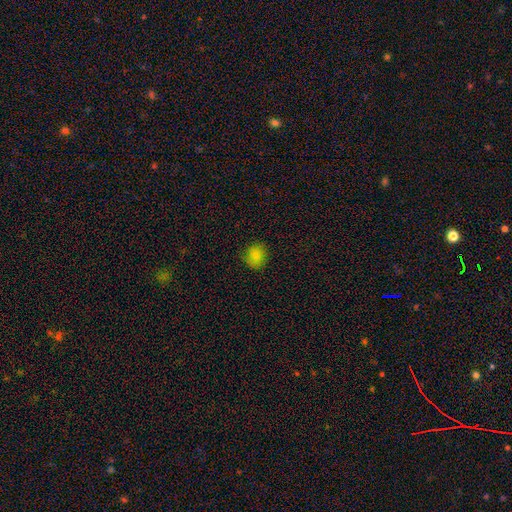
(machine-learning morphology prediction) Smooth or featured? Predicted: smooth (p=0.82). How rounded? Predicted: round (p=0.70). Merging? Predicted: none (p=0.82).